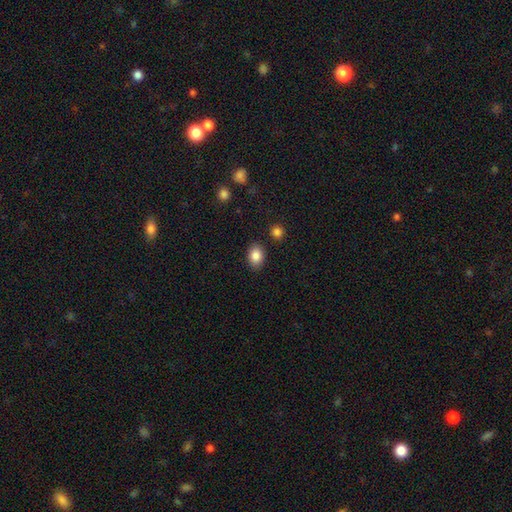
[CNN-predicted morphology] A smooth galaxy with no disk features (86%) that is in between round and cigar-shaped (72%).

Vote fractions:
- Smooth or featured? smooth: 86% / star or artifact: 8% / featured or disk: 5%
- How rounded? in between: 72% / round: 27% / cigar-shaped: 1%
- Merging? none: 86% / minor disturbance: 9% / merger: 3% / major disturbance: 2%